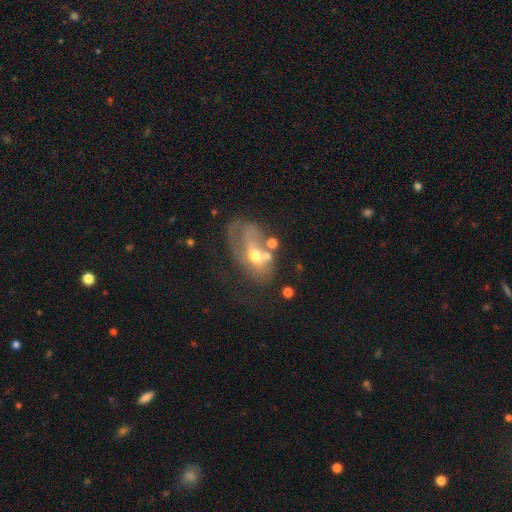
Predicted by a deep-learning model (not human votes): featured or disk 62%, smooth 29%, star or artifact 10%. Down the decision tree: edge-on disk — no (95%); bar — no (66%); spiral arms — yes (54%); bulge size — moderate (65%); merging — major disturbance (37%).